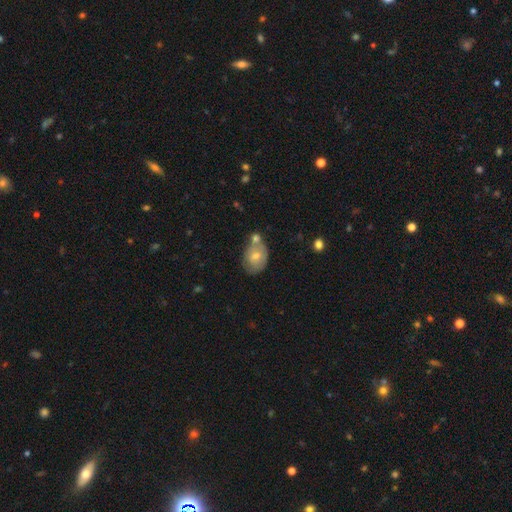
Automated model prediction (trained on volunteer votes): This appears to be a smooth galaxy with no disk features (60%) that is in between round and cigar-shaped (65%). Merging: none (39%).